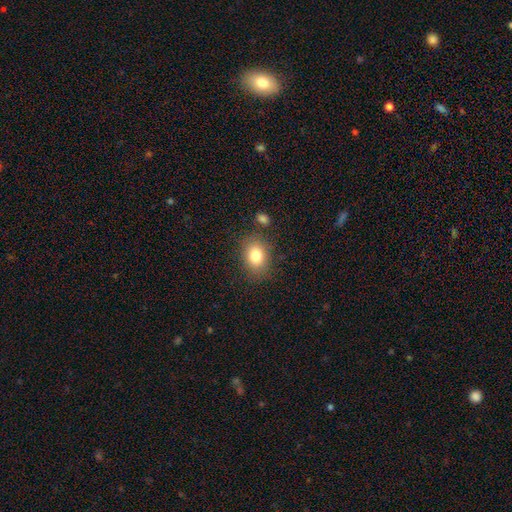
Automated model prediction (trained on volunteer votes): Q: Smooth or featured?
A: smooth (81%); runner-up: star or artifact (10%)
Q: How rounded?
A: in between (63%); runner-up: round (36%)
Q: Merging?
A: none (80%); runner-up: minor disturbance (12%)